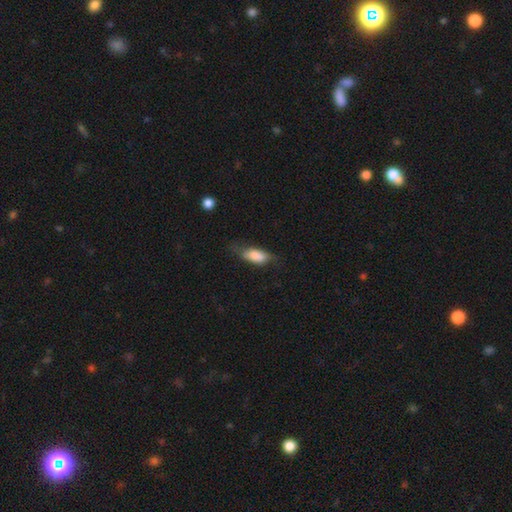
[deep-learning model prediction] smooth 74%, featured or disk 18%, star or artifact 7%. Down the decision tree: how rounded — in between (79%); merging — none (51%).